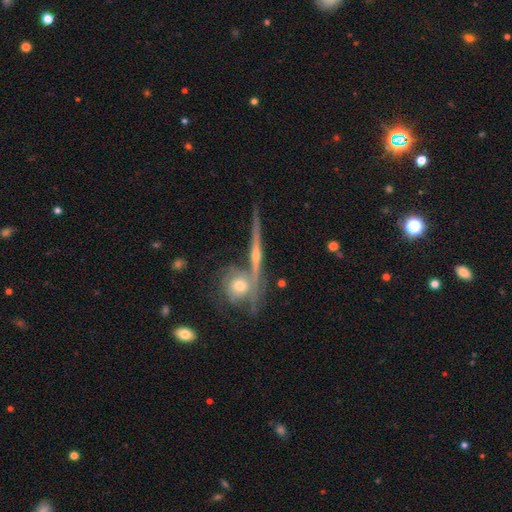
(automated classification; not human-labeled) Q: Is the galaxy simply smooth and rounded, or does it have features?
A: featured or disk — 79%.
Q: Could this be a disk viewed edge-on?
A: yes — 93%.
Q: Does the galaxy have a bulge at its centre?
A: rounded — 76%.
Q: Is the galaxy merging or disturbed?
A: none — 69%.